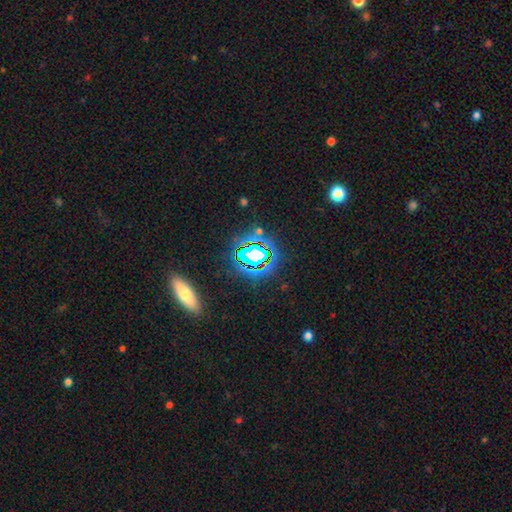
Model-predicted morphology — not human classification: The model was most divided on "smooth or featured": star or artifact: 71%, smooth: 17%, featured or disk: 12%.